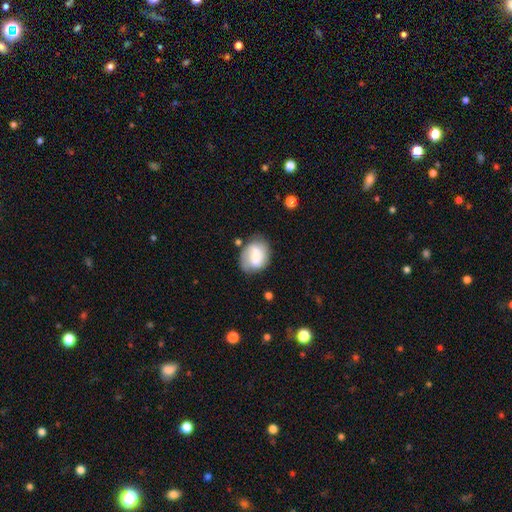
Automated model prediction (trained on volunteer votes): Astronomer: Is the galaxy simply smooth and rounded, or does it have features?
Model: featured or disk — 47% (runner-up: smooth, 45%).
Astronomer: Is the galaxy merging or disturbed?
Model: none — 64%.